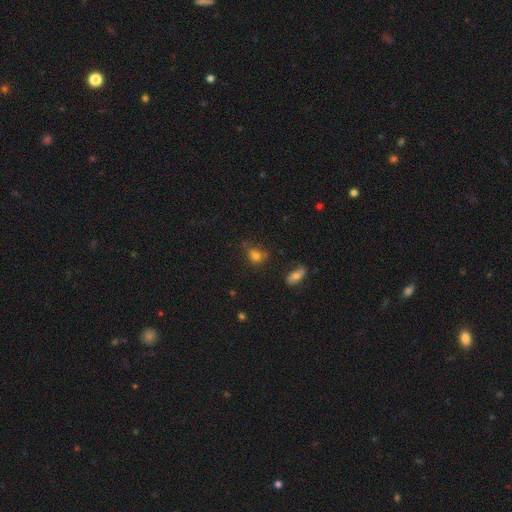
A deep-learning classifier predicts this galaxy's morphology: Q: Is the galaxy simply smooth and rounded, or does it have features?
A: smooth — 76%.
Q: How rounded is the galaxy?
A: round — 58%.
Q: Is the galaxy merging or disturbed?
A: none — 62%.